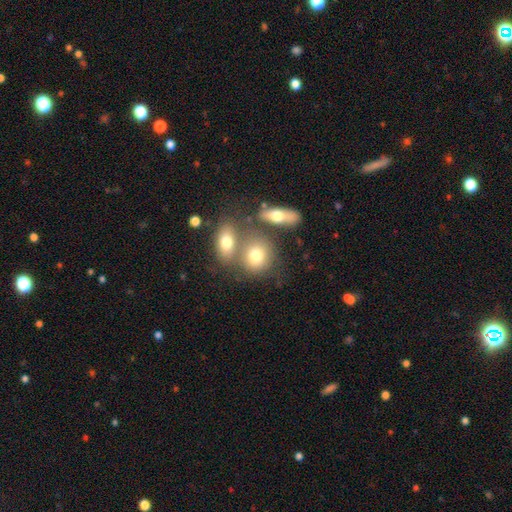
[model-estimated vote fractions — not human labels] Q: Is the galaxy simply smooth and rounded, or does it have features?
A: smooth — 75%.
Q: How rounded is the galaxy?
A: round — 58%.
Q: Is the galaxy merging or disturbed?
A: none — 46%.